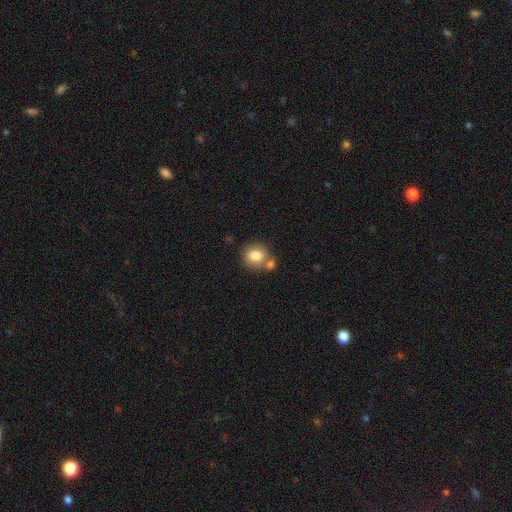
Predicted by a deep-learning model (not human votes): Smooth or featured? Predicted: smooth (p=0.81). How rounded? Predicted: round (p=0.83). Merging? Predicted: none (p=0.57).